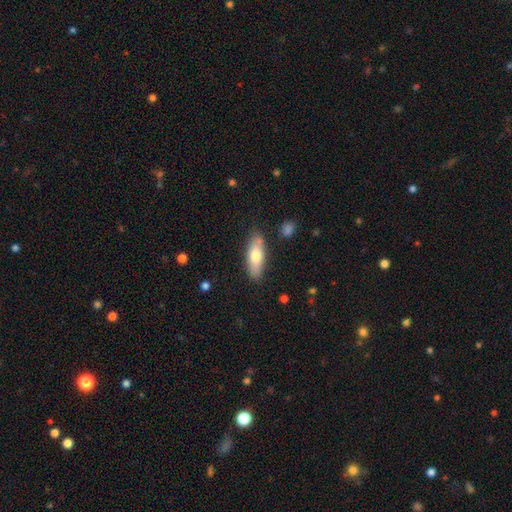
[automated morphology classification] smooth_or_featured: smooth (p=0.71) [alt: featured or disk p=0.24]
how_rounded: in between (p=0.60) [alt: cigar-shaped p=0.37]
merging: none (p=0.82) [alt: minor disturbance p=0.13]